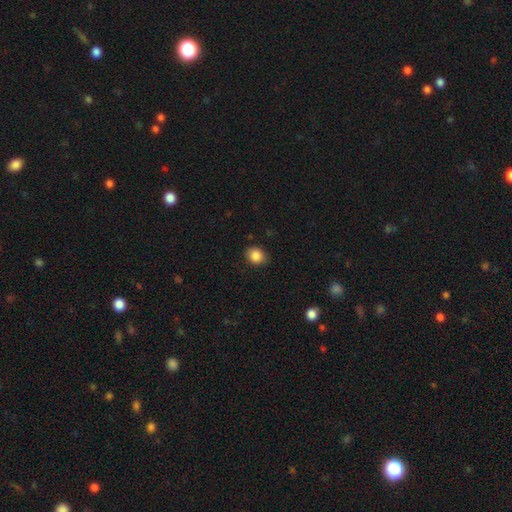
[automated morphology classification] The model was most divided on "how rounded": round: 57%, in between: 42%, cigar-shaped: 1%. More confident: smooth or featured — smooth (87%); merging — none (84%).